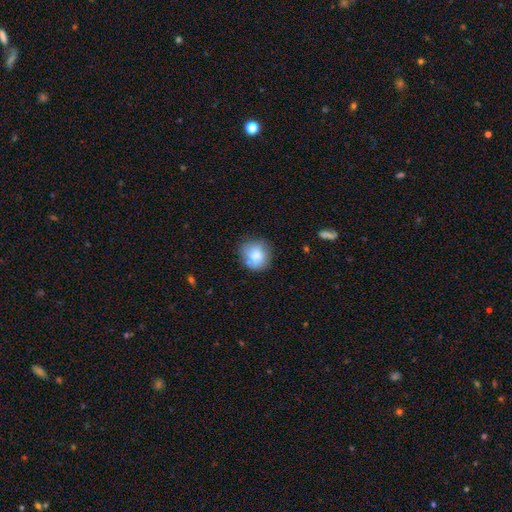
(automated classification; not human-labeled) smooth-or-featured: smooth: 80% | featured or disk: 12% | star or artifact: 8%
  how-rounded: round: 84% | in between: 15% | cigar-shaped: 1%
  merging: none: 69% | minor disturbance: 21% | major disturbance: 6% | merger: 5%